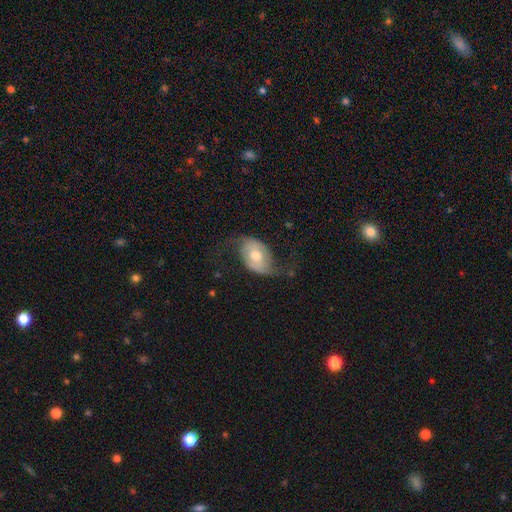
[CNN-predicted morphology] smooth-or-featured: featured or disk: 64% | smooth: 30% | star or artifact: 6%
  disk-edge-on: no: 95% | yes: 5%
    bar: no: 61% | weak: 29% | strong: 10%
    has-spiral-arms: yes: 80% | no: 20%
    bulge-size: moderate: 75% | small: 13% | large: 10% | dominant: 2% | none: 1%
  merging: none: 55% | minor disturbance: 23% | major disturbance: 20% | merger: 2%